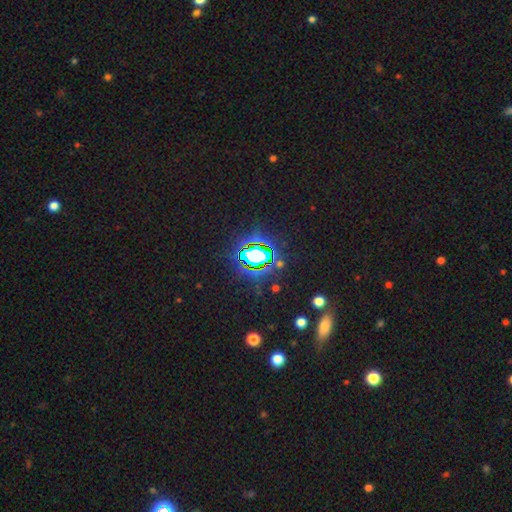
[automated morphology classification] type=star or artifact (75%).